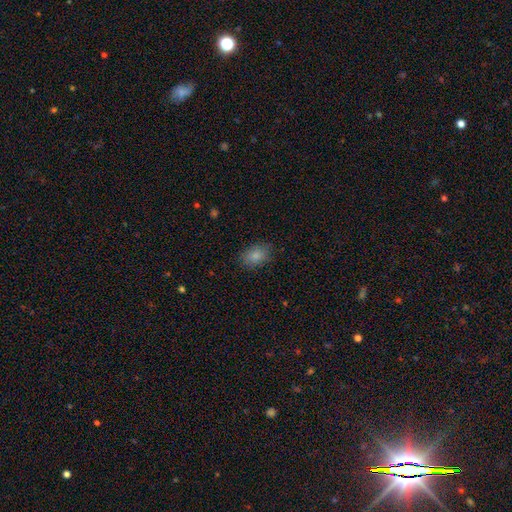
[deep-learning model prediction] The model was most divided on "how rounded": in between: 80%, round: 19%, cigar-shaped: 1%. More confident: smooth or featured — smooth (85%); merging — none (81%).